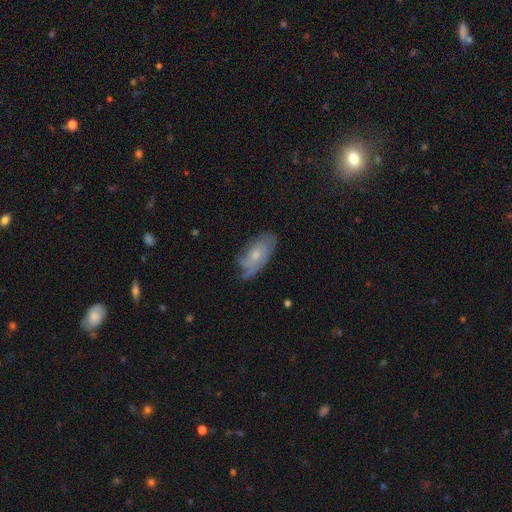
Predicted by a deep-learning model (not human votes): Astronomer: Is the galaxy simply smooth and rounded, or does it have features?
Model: featured or disk — 59%.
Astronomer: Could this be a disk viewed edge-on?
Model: no — 90%.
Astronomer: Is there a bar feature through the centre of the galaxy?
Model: no — 74%.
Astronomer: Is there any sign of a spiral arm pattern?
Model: yes — 81%.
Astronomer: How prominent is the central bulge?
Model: small — 46%, tied with moderate at 46%.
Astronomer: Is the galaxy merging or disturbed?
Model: none — 62%.